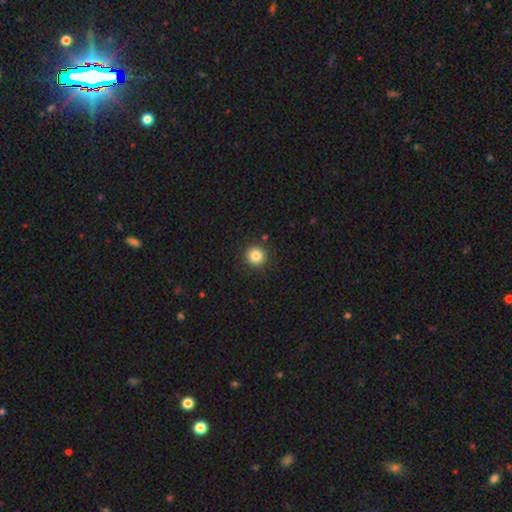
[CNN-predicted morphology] smooth-or-featured: smooth: 84% | star or artifact: 11% | featured or disk: 5%
  how-rounded: round: 95% | in between: 4% | cigar-shaped: 1%
  merging: none: 91% | minor disturbance: 6% | major disturbance: 2% | merger: 1%